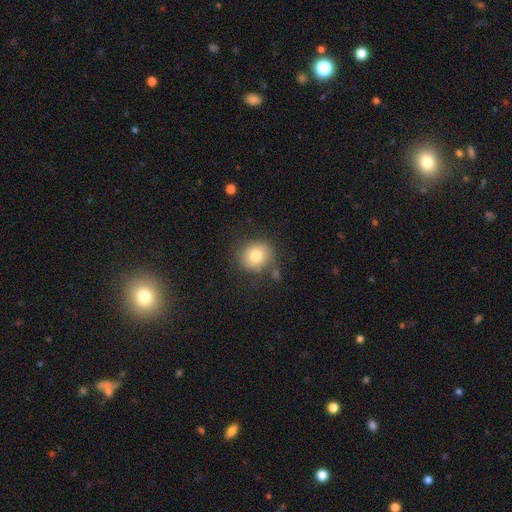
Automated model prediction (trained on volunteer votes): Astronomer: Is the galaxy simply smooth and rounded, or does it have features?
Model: smooth — 80%.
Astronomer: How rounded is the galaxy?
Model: round — 78%.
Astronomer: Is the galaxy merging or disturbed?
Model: none — 73%.